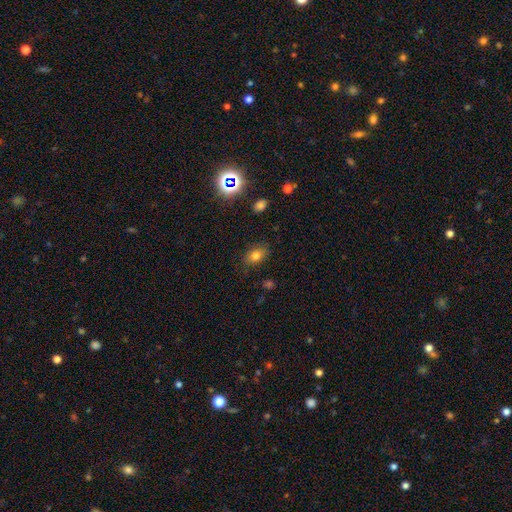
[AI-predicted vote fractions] Smooth or featured: smooth — 77% (star or artifact — 13%)
How rounded: in between — 80% (round — 18%)
Merging: none — 82% (minor disturbance — 13%)